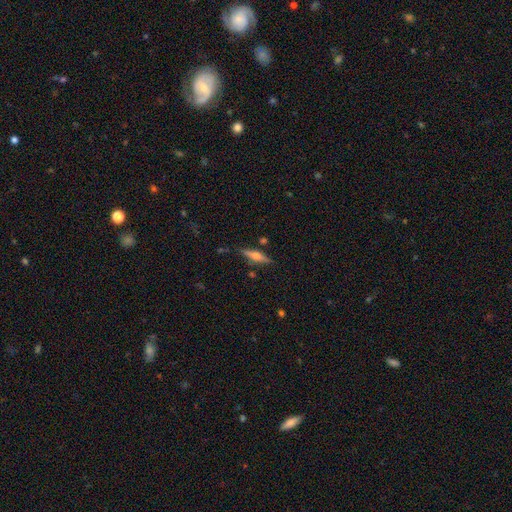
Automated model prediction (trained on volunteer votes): The model was most divided on "smooth or featured": featured or disk: 61%, smooth: 32%, star or artifact: 7%. More confident: edge-on disk — yes (96%); edge-on bulge — rounded (88%); merging — none (82%).